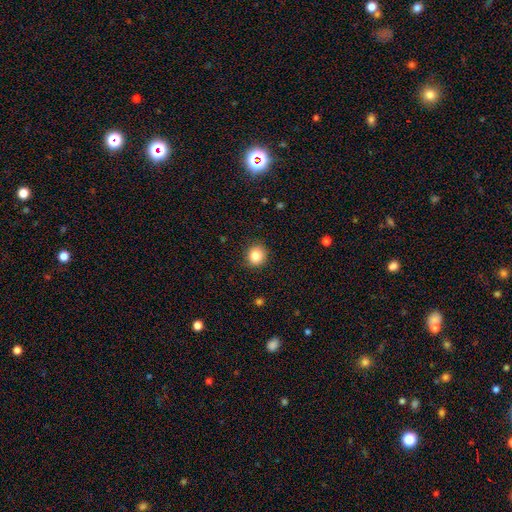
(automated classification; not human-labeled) Overall: smooth (85%). How rounded: round (89%). Merging: none (90%).